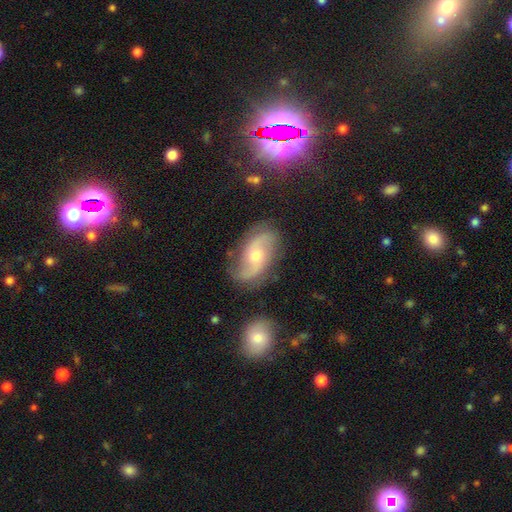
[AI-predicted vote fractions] Smooth or featured? featured or disk (81%)
Edge-on disk? no (96%)
Bar? no (57%)
Spiral arms? yes (95%)
Spiral winding? loose (50%)
Spiral arm count? 2 (90%)
Bulge size? moderate (61%)
Merging? none (76%)